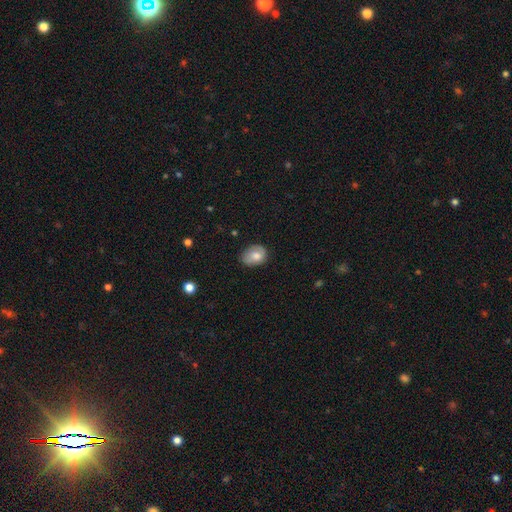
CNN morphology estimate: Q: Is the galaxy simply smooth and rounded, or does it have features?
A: smooth — 76%.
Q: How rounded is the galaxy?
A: in between — 66%.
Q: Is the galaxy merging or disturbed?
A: none — 68%.